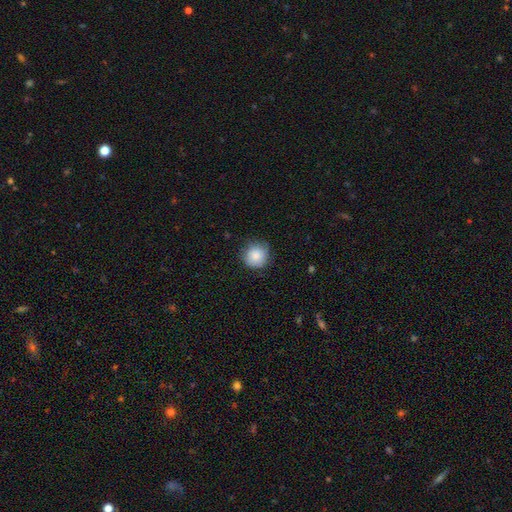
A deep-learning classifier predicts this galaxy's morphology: Smooth or featured?
  - smooth: 86% *
  - star or artifact: 8%
  - featured or disk: 6%
How rounded?
  - round: 93% *
  - in between: 6%
  - cigar-shaped: 1%
Merging?
  - none: 80% *
  - minor disturbance: 16%
  - major disturbance: 3%
  - merger: 1%